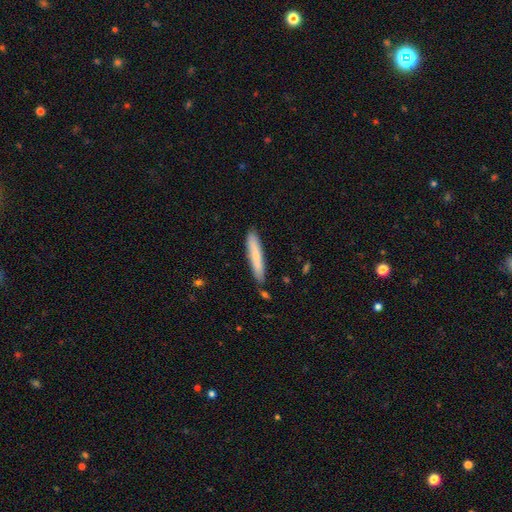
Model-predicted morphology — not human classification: This appears to be a smooth galaxy with no disk features (67%) that is cigar-shaped (91%). Merging: none (81%).